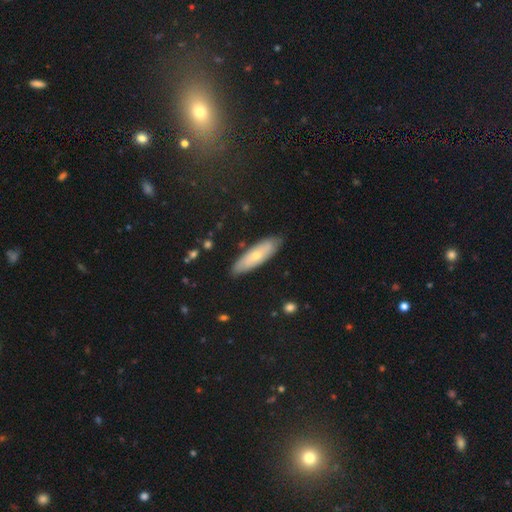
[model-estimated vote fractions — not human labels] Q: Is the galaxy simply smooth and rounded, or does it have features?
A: smooth — 53%.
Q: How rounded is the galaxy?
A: cigar-shaped — 51%.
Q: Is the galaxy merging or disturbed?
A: none — 84%.